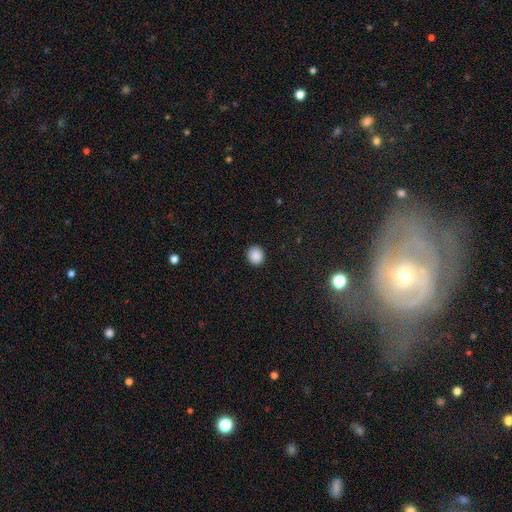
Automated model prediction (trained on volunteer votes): Morphology: type=smooth (88%); roundness=round (84%); merging=none (92%).